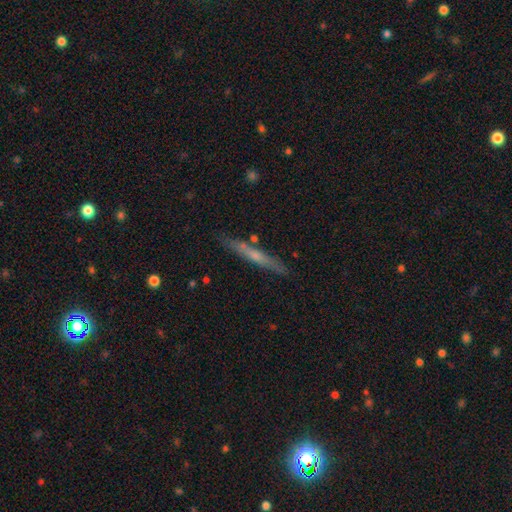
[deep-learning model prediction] Smooth or featured?
  - smooth: 47% * (tied)
  - featured or disk: 47% * (tied)
  - star or artifact: 6%
Merging?
  - none: 83% *
  - minor disturbance: 11%
  - merger: 4%
  - major disturbance: 2%